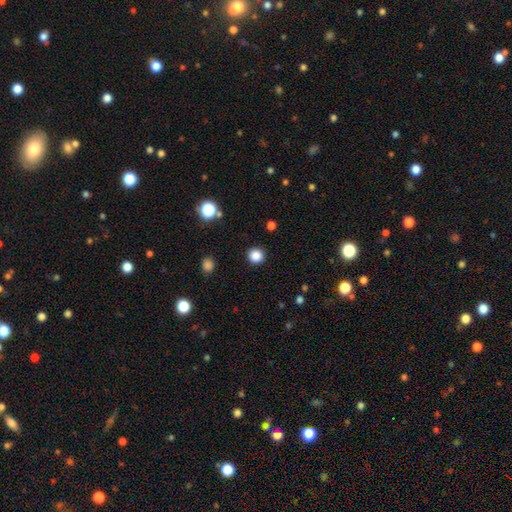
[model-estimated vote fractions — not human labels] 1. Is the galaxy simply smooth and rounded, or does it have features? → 85% smooth, 12% star or artifact, 3% featured or disk.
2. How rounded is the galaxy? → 92% round, 7% in between, 1% cigar-shaped.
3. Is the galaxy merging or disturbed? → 91% none, 5% minor disturbance, 2% major disturbance, 1% merger.